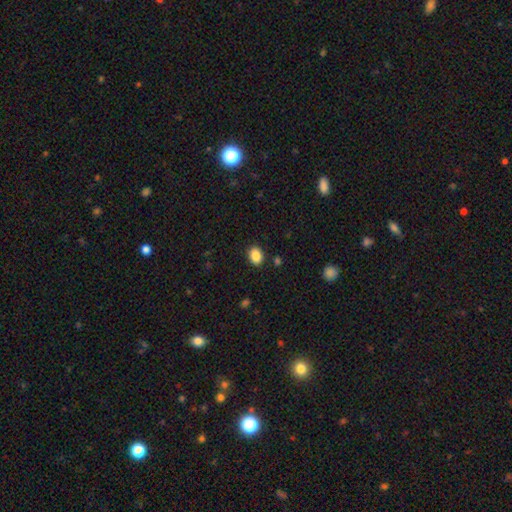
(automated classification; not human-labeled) A smooth galaxy with no disk features (87%) that is in between round and cigar-shaped (70%).

Vote fractions:
- Smooth or featured? smooth: 87% / star or artifact: 9% / featured or disk: 4%
- How rounded? in between: 70% / round: 29% / cigar-shaped: 1%
- Merging? none: 88% / minor disturbance: 8% / major disturbance: 2% / merger: 2%